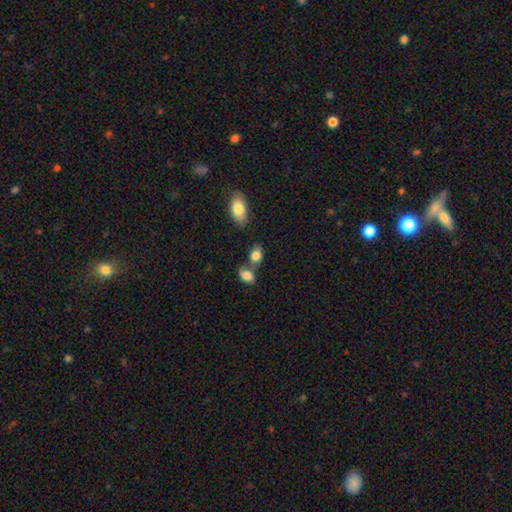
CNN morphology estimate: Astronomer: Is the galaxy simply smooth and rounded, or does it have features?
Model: smooth — 84%.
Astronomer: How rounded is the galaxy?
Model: in between — 68%.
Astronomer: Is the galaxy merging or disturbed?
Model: none — 51% (runner-up: merger, 30%).